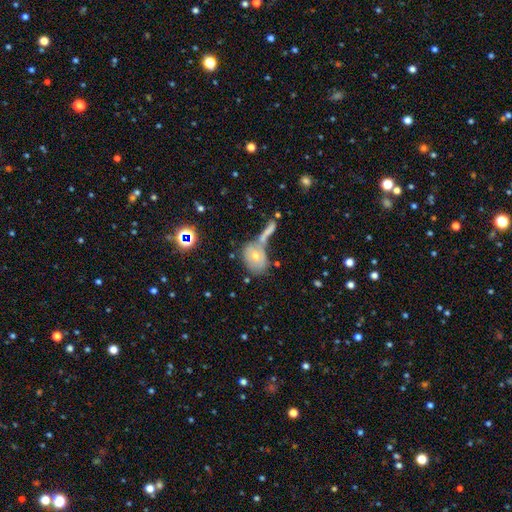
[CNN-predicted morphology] smooth-or-featured: smooth: 48% | featured or disk: 35% | star or artifact: 17%
  merging: none: 46% | merger: 35% | minor disturbance: 13% | major disturbance: 6%